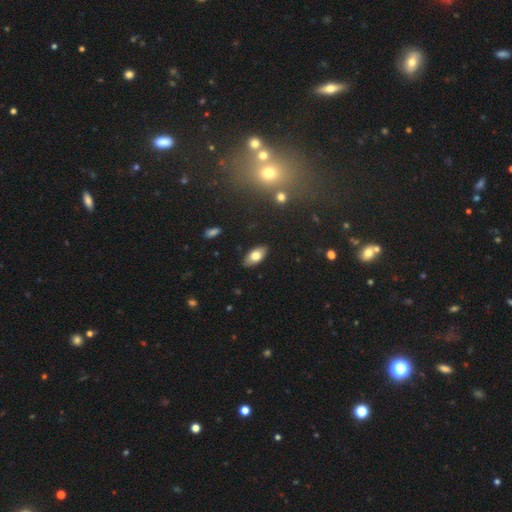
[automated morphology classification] Smooth or featured?
  - smooth: 74% *
  - featured or disk: 18%
  - star or artifact: 8%
How rounded?
  - in between: 91% *
  - cigar-shaped: 6%
  - round: 3%
Merging?
  - none: 88% *
  - minor disturbance: 9%
  - major disturbance: 2%
  - merger: 1%